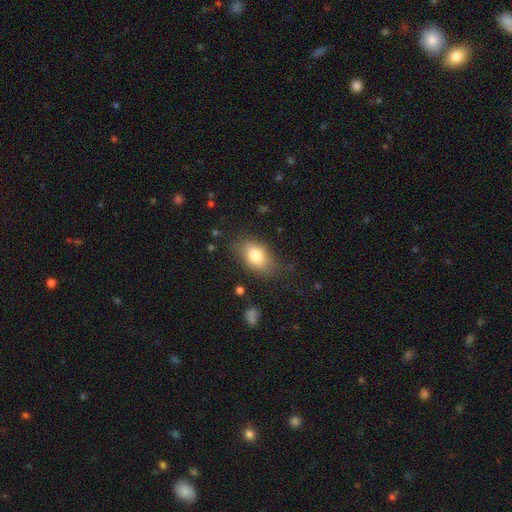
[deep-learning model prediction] smooth-or-featured: smooth: 80% | featured or disk: 12% | star or artifact: 8%
  how-rounded: in between: 88% | round: 10% | cigar-shaped: 2%
  merging: none: 74% | minor disturbance: 18% | major disturbance: 6% | merger: 2%